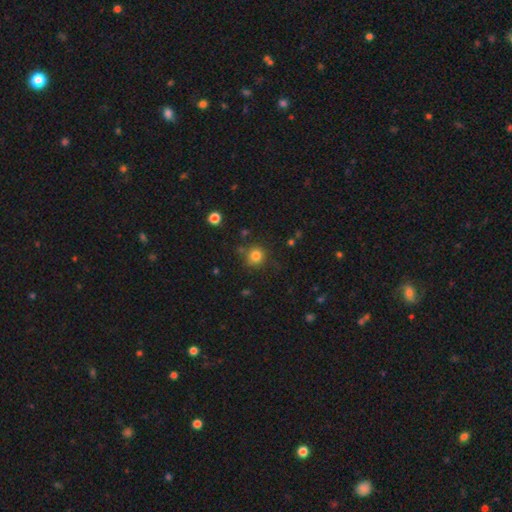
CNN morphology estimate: Smooth or featured? smooth (81%)
How rounded? round (90%)
Merging? none (79%)